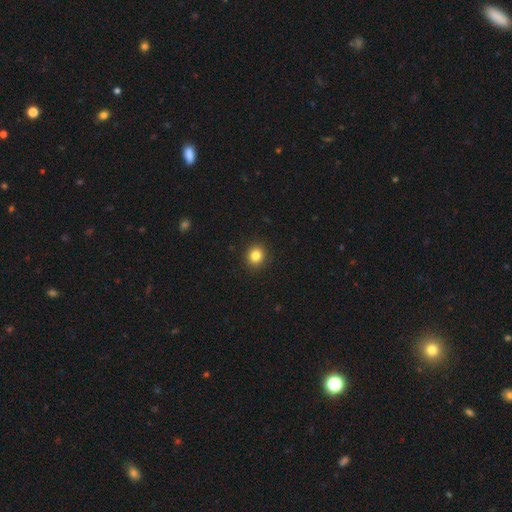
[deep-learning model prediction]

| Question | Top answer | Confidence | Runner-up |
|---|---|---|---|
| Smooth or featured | smooth | 83% | star or artifact (11%) |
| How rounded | round | 83% | in between (16%) |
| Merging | none | 91% | minor disturbance (6%) |